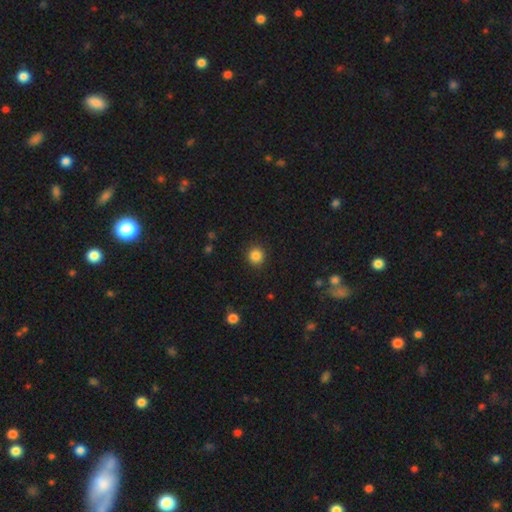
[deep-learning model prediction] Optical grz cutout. It shows a smooth galaxy with no disk features (86%) that is round (91%). Merging: none (90%).